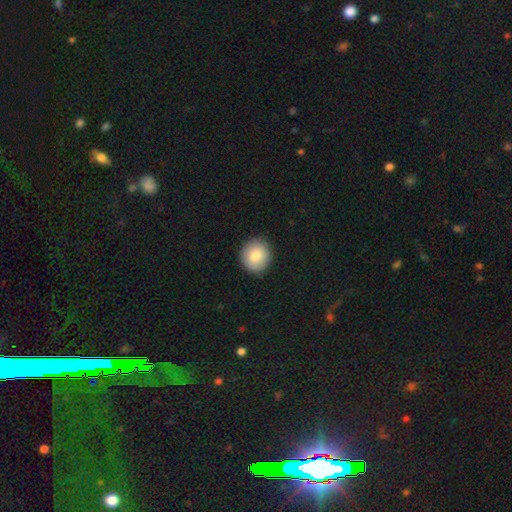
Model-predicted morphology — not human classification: Overall: smooth (81%). How rounded: round (86%). Merging: none (89%).